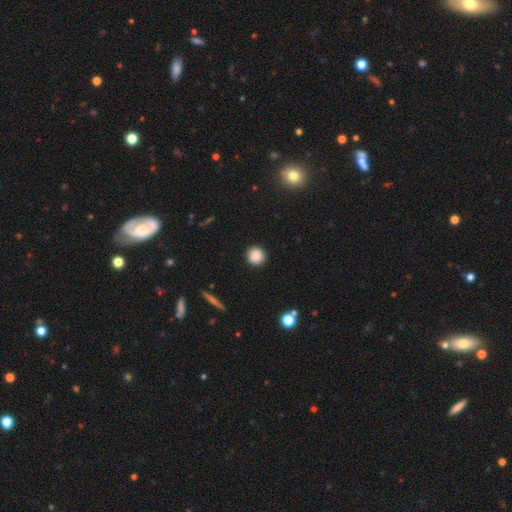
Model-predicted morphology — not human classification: Smooth or featured: smooth — 87% (star or artifact — 9%)
How rounded: round — 93% (in between — 6%)
Merging: none — 92% (minor disturbance — 6%)